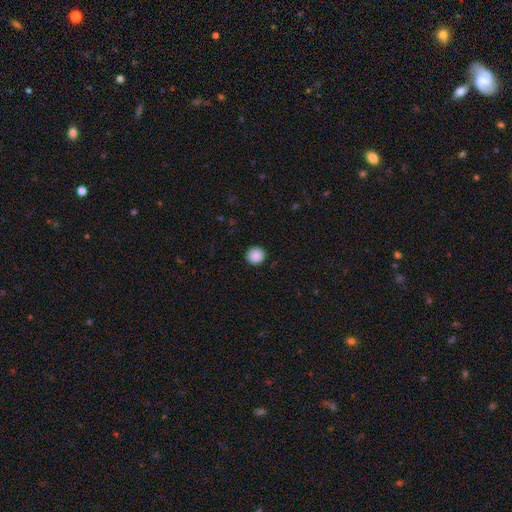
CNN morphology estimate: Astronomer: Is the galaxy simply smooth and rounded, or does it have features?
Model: smooth — 89%.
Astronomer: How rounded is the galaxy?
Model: round — 95%.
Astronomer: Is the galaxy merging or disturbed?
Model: none — 93%.